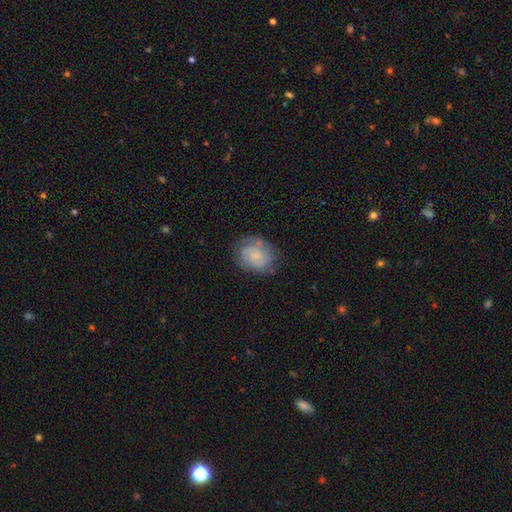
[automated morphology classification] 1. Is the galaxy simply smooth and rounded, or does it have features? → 51% smooth, 40% featured or disk, 9% star or artifact.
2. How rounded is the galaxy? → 56% round, 43% in between, 1% cigar-shaped.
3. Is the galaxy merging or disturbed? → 66% none, 23% minor disturbance, 9% major disturbance, 2% merger.